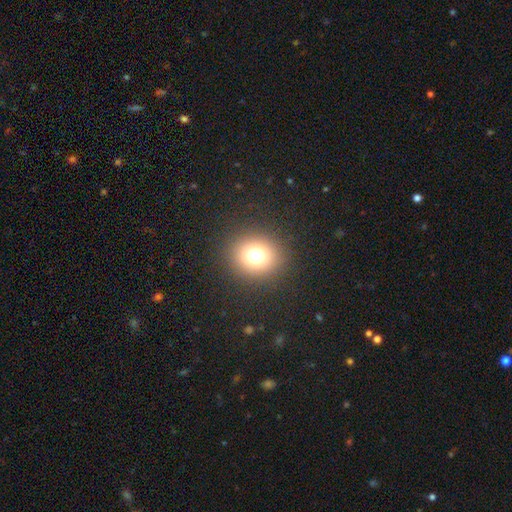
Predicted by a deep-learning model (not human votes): A smooth galaxy with no disk features (73%) that is round (82%). Merging: none (89%).